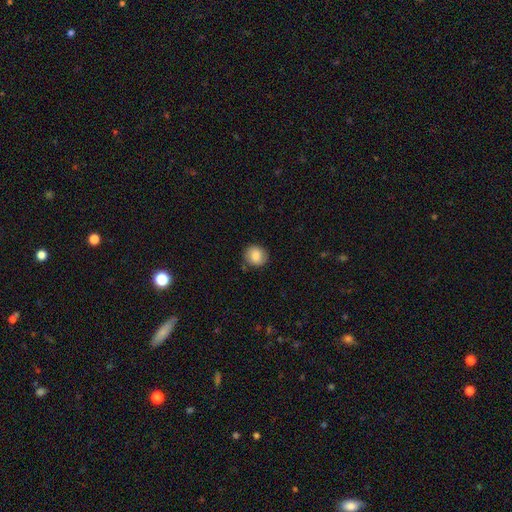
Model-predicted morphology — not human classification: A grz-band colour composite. It shows a smooth galaxy with no disk features (84%) that is round (84%). Merging: none (83%).